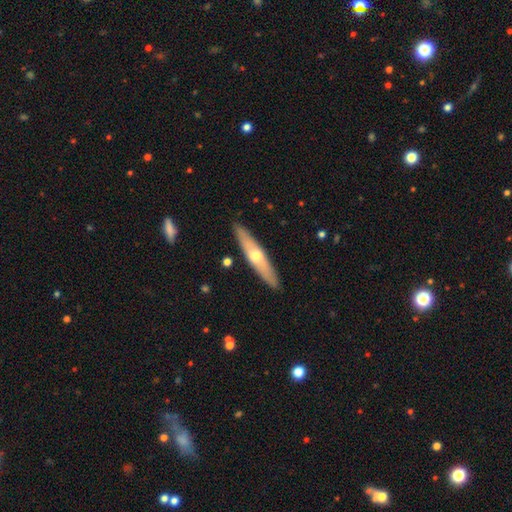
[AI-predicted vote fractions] Q: Smooth or featured?
A: featured or disk (53%); runner-up: smooth (42%)
Q: Edge-on disk?
A: yes (84%); runner-up: no (16%)
Q: Merging?
A: none (90%); runner-up: minor disturbance (8%)